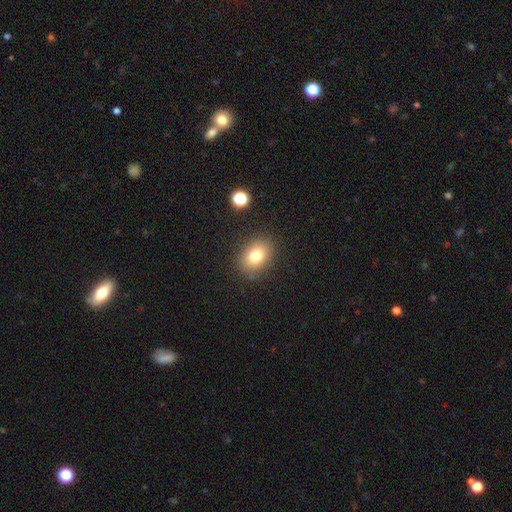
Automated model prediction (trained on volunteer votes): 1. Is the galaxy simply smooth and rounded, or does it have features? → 77% smooth, 12% star or artifact, 11% featured or disk.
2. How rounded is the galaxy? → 64% in between, 35% round, 1% cigar-shaped.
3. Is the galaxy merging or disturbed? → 85% none, 10% minor disturbance, 3% major disturbance, 2% merger.